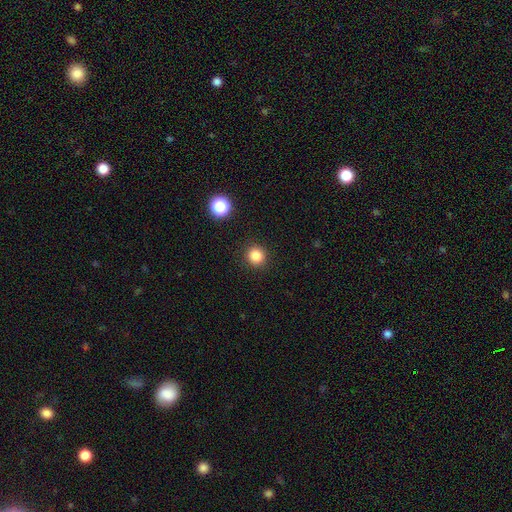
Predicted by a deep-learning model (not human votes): smooth-or-featured: smooth: 84% | star or artifact: 12% | featured or disk: 4%
  how-rounded: round: 93% | in between: 6% | cigar-shaped: 1%
  merging: none: 92% | minor disturbance: 5% | major disturbance: 2% | merger: 1%